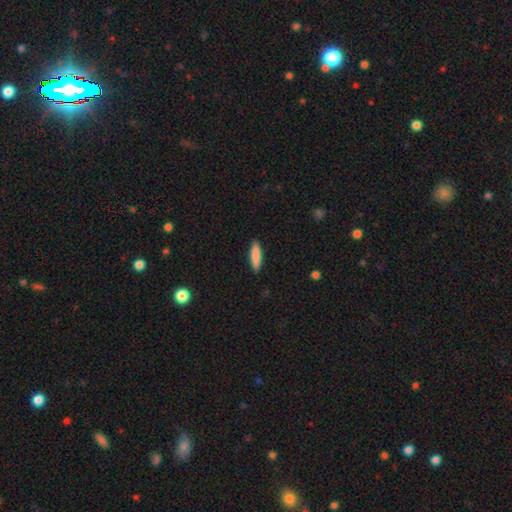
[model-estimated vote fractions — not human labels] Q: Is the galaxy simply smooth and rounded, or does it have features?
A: smooth — 84%.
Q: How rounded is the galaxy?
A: cigar-shaped — 75%.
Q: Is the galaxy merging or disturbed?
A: none — 88%.